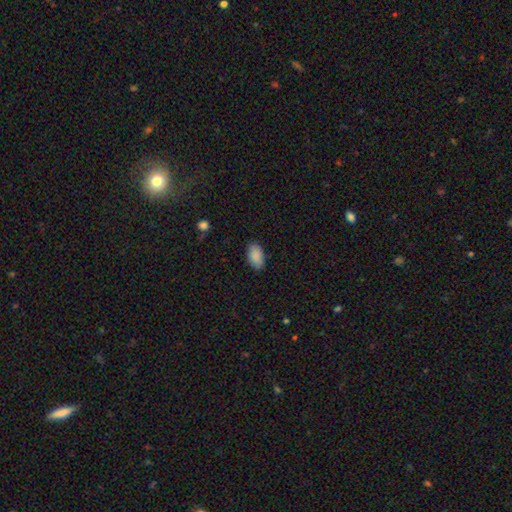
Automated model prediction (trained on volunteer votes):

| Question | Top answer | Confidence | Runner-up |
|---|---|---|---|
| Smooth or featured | smooth | 89% | star or artifact (7%) |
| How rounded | in between | 94% | round (4%) |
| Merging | none | 86% | minor disturbance (11%) |